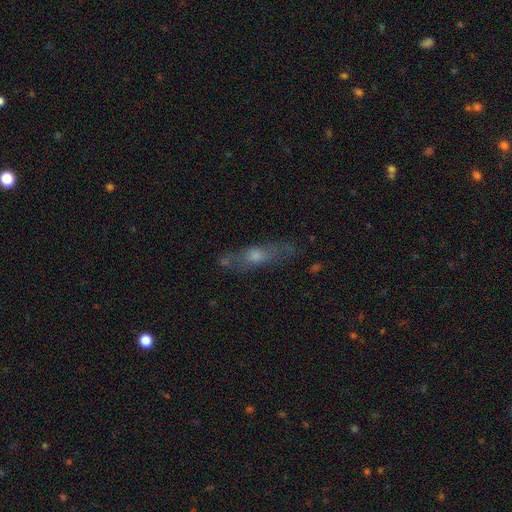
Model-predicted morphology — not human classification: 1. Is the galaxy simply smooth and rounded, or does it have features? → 48% featured or disk, 38% smooth, 13% star or artifact.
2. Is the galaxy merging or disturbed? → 68% none, 18% minor disturbance, 7% major disturbance, 6% merger.